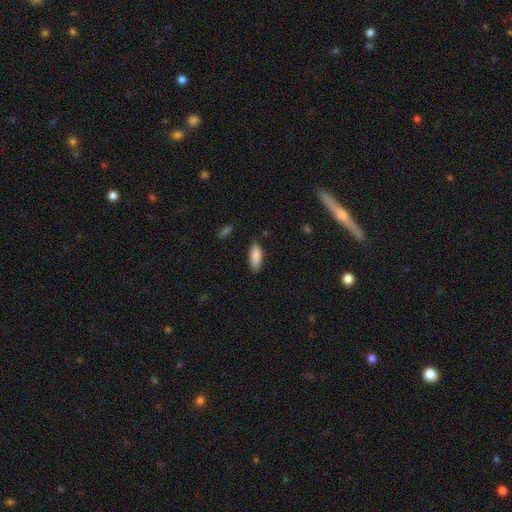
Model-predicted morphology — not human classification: smooth_or_featured: smooth (p=0.89) [alt: star or artifact p=0.06]
how_rounded: in between (p=0.83) [alt: cigar-shaped p=0.15]
merging: none (p=0.83) [alt: minor disturbance p=0.13]